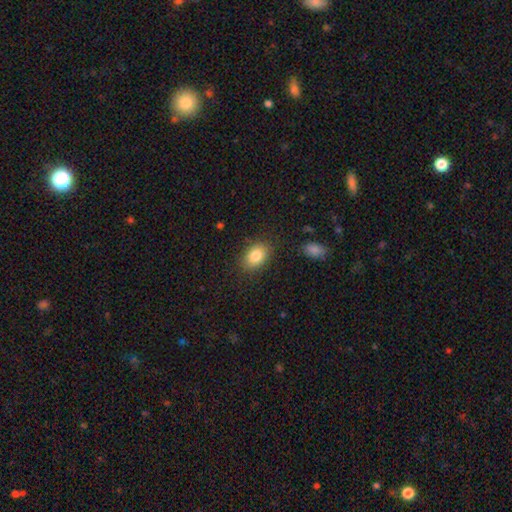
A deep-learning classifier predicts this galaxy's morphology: Smooth or featured: smooth — 84% (star or artifact — 8%)
How rounded: in between — 76% (round — 22%)
Merging: none — 84% (minor disturbance — 11%)